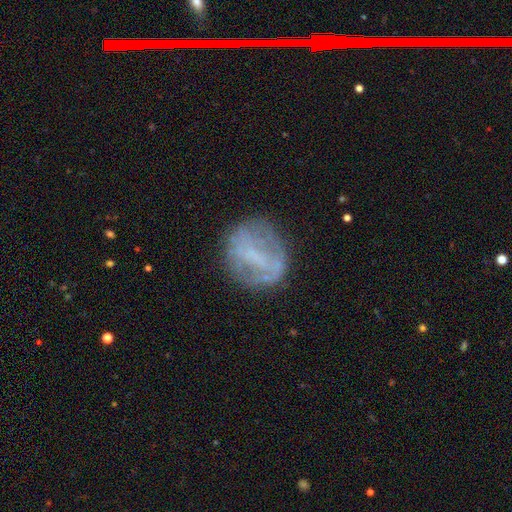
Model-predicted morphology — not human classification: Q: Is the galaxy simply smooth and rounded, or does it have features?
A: featured or disk — 54%.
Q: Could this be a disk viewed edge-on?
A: no — 96%.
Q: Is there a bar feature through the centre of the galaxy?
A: no — 37%.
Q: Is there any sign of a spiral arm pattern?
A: no — 65%.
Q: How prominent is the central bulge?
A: none — 56%.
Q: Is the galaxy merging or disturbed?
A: none — 69%.